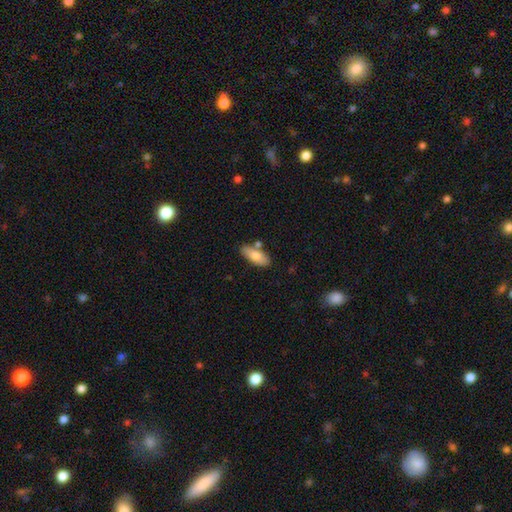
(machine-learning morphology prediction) This appears to be a smooth galaxy with no disk features (78%) that is in between round and cigar-shaped (80%). Merging: none (73%).